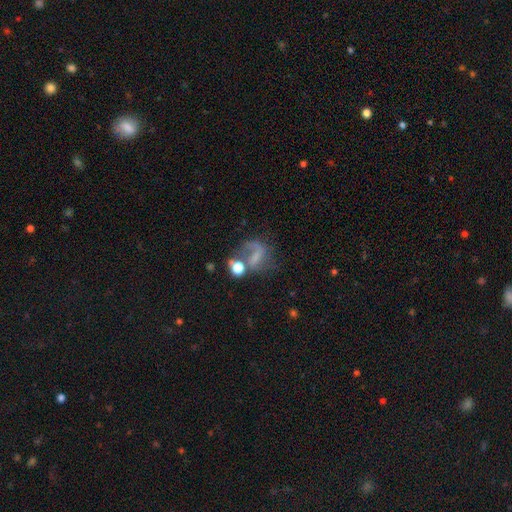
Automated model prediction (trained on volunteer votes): Overall: featured or disk (49%; smooth 34%). Merging: major disturbance (32%; none 31%).